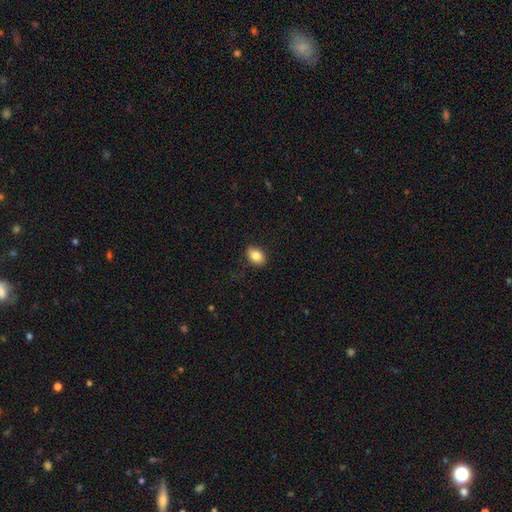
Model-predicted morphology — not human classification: The model was most divided on "how rounded": in between: 80%, round: 19%, cigar-shaped: 1%. More confident: merging — none (87%); smooth or featured — smooth (84%).